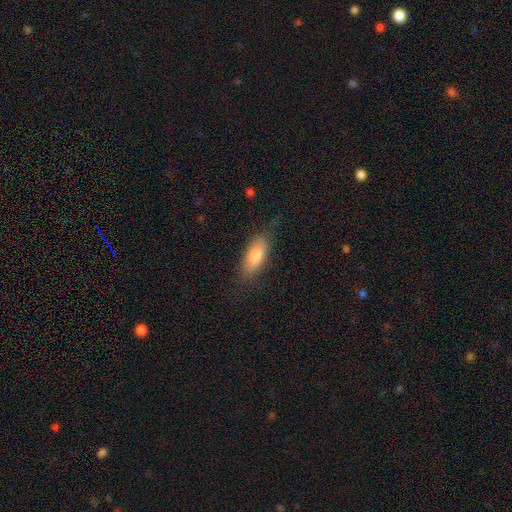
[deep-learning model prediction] This appears to be a smooth galaxy with no disk features (79%) that is in between round and cigar-shaped (74%). Merging: none (73%).